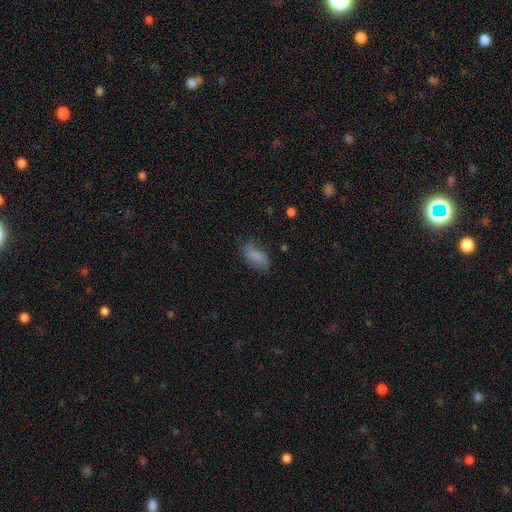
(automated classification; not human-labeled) A smooth galaxy with no disk features (79%) that is in between round and cigar-shaped (89%).

Vote fractions:
- Smooth or featured? smooth: 79% / featured or disk: 12% / star or artifact: 8%
- How rounded? in between: 89% / cigar-shaped: 8% / round: 3%
- Merging? none: 66% / minor disturbance: 24% / major disturbance: 8% / merger: 2%